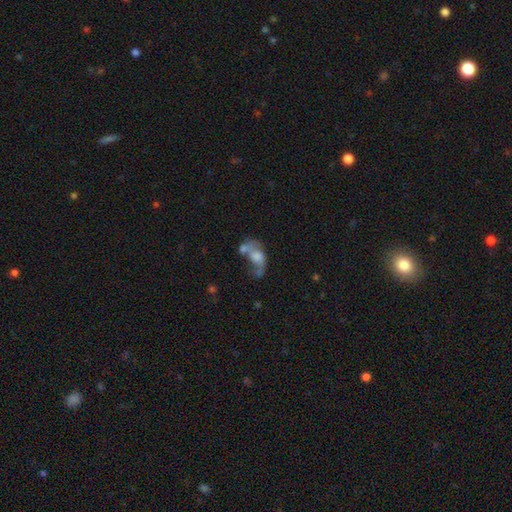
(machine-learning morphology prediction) smooth_or_featured: featured or disk (p=0.50) [alt: smooth p=0.39]
merging: merger (p=0.40) [alt: major disturbance p=0.27]